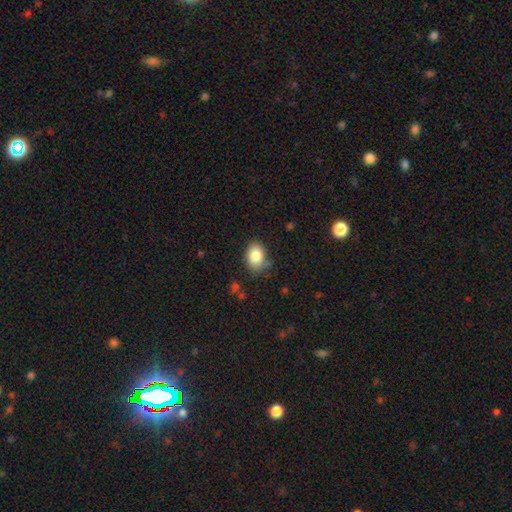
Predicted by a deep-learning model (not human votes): smooth_or_featured: smooth (p=0.83) [alt: star or artifact p=0.08]
how_rounded: in between (p=0.75) [alt: round p=0.24]
merging: none (p=0.72) [alt: minor disturbance p=0.21]